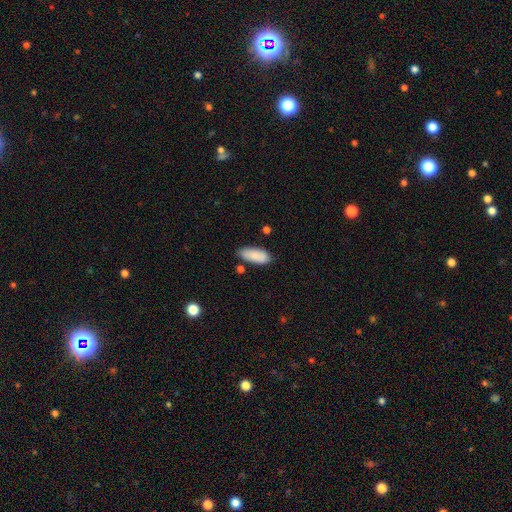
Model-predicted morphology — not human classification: type=smooth (88%); roundness=in between (83%); merging=none (75%).